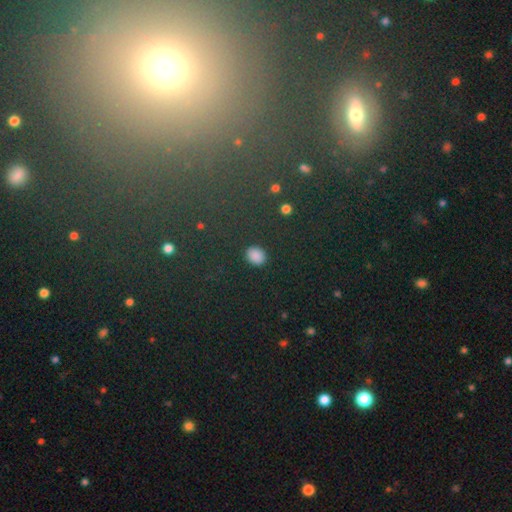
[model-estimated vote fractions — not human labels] Overall: smooth (85%). How rounded: in between (52%; round 47%). Merging: none (88%).